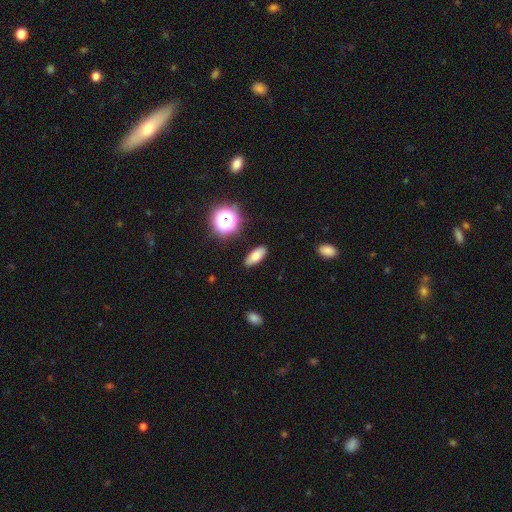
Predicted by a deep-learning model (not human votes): This appears to be a smooth galaxy with no disk features (72%) that is in between round and cigar-shaped (75%). Merging: none (88%).